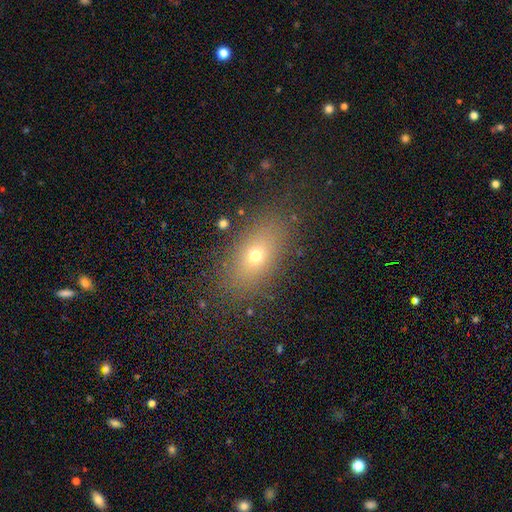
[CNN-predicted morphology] This appears to be a smooth galaxy with no disk features (64%) that is in between round and cigar-shaped (78%). Merging: none (83%).